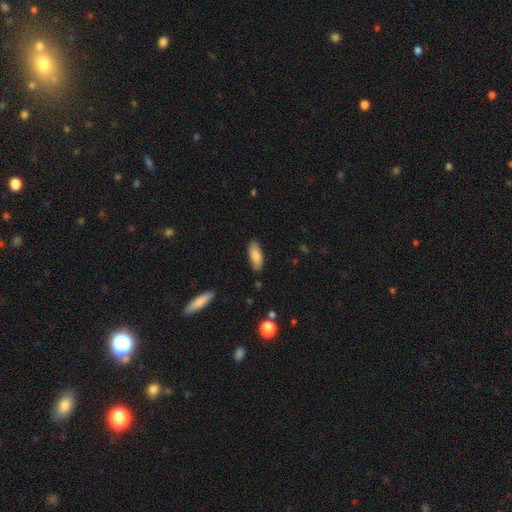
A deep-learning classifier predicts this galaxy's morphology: Smooth or featured? Predicted: smooth (p=0.84). How rounded? Predicted: in between (p=0.75). Merging? Predicted: none (p=0.86).